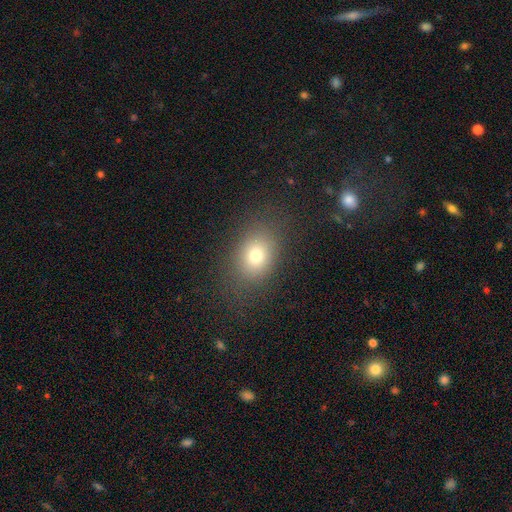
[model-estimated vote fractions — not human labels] Q: Smooth or featured?
A: smooth (74%); runner-up: star or artifact (14%)
Q: How rounded?
A: in between (62%); runner-up: round (37%)
Q: Merging?
A: none (80%); runner-up: minor disturbance (12%)